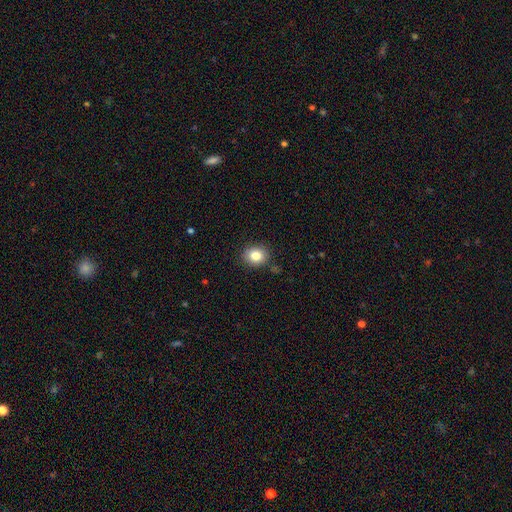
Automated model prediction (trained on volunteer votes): Smooth or featured: smooth — 83% (star or artifact — 10%)
How rounded: round — 73% (in between — 26%)
Merging: none — 87% (minor disturbance — 9%)